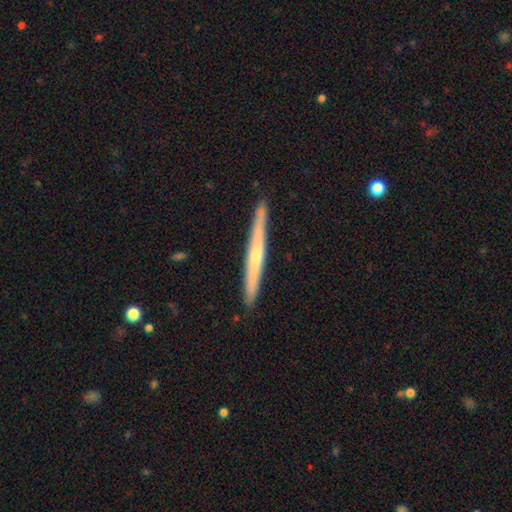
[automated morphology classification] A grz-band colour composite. It shows a featured or disk galaxy (63%) viewed edge-on (97%) with a rounded central bulge (54%). Merging: none (91%).